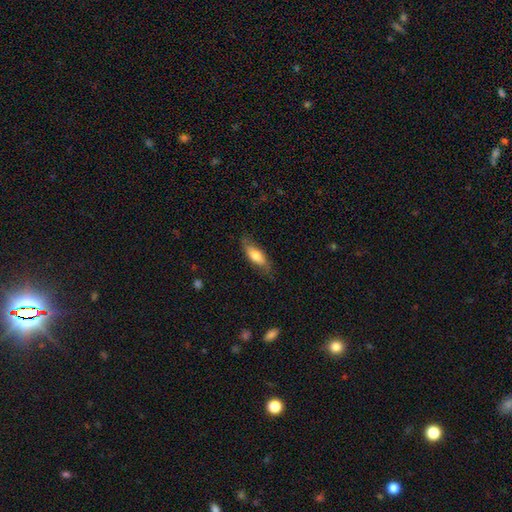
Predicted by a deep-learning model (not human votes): Q: Smooth or featured?
A: smooth (69%); runner-up: featured or disk (25%)
Q: How rounded?
A: in between (69%); runner-up: cigar-shaped (28%)
Q: Merging?
A: none (73%); runner-up: minor disturbance (20%)